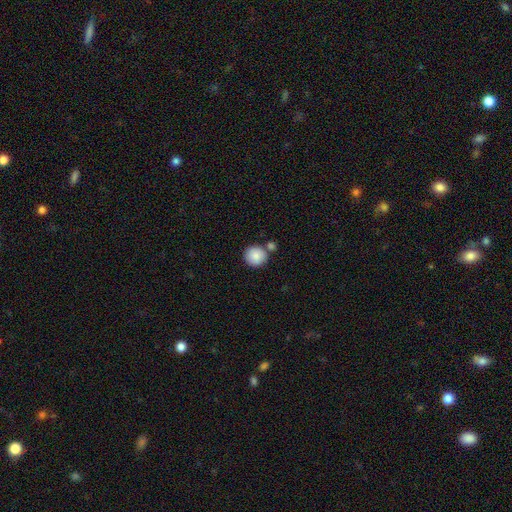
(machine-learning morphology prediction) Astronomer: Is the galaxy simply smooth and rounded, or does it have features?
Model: smooth — 86%.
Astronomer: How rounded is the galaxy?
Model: round — 92%.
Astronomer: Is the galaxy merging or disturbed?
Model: none — 68%.